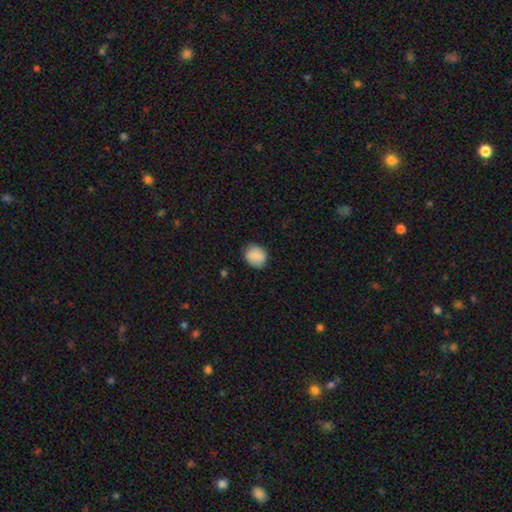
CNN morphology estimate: A smooth galaxy with no disk features (83%) that is round (69%).

Vote fractions:
- Smooth or featured? smooth: 83% / featured or disk: 9% / star or artifact: 8%
- How rounded? round: 69% / in between: 30% / cigar-shaped: 1%
- Merging? none: 81% / minor disturbance: 15% / major disturbance: 3% / merger: 1%